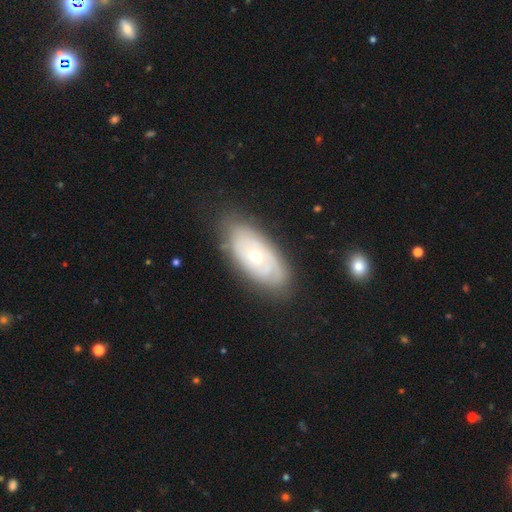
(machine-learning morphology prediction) smooth_or_featured: featured or disk (p=0.70) [alt: smooth p=0.24]
disk_edge_on: no (p=0.90) [alt: yes p=0.10]
bar: no (p=0.86) [alt: weak p=0.11]
has_spiral_arms: yes (p=0.67) [alt: no p=0.33]
bulge_size: moderate (p=0.53) [alt: small p=0.43]
merging: none (p=0.78) [alt: minor disturbance p=0.16]